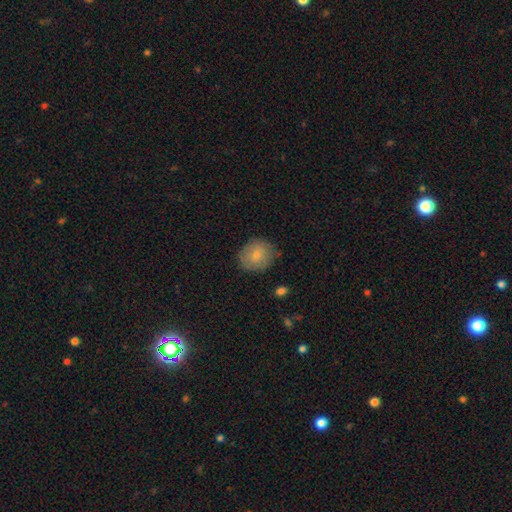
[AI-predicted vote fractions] A smooth galaxy with no disk features (72%) that is round (73%).

Vote fractions:
- Smooth or featured? smooth: 72% / featured or disk: 18% / star or artifact: 11%
- How rounded? round: 73% / in between: 26% / cigar-shaped: 1%
- Merging? none: 81% / minor disturbance: 15% / major disturbance: 3% / merger: 1%